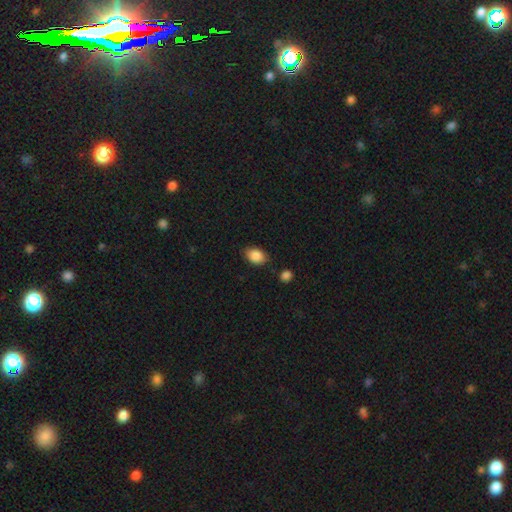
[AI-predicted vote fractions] A smooth galaxy with no disk features (87%) that is in between round and cigar-shaped (79%).

Vote fractions:
- Smooth or featured? smooth: 87% / star or artifact: 8% / featured or disk: 5%
- How rounded? in between: 79% / round: 20% / cigar-shaped: 1%
- Merging? none: 80% / minor disturbance: 14% / major disturbance: 3% / merger: 3%